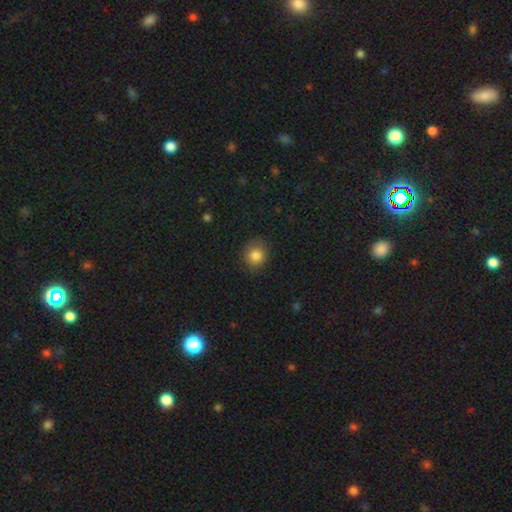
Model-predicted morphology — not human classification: The model was most divided on "how rounded": round: 81%, in between: 18%, cigar-shaped: 1%. More confident: merging — none (84%); smooth or featured — smooth (83%).